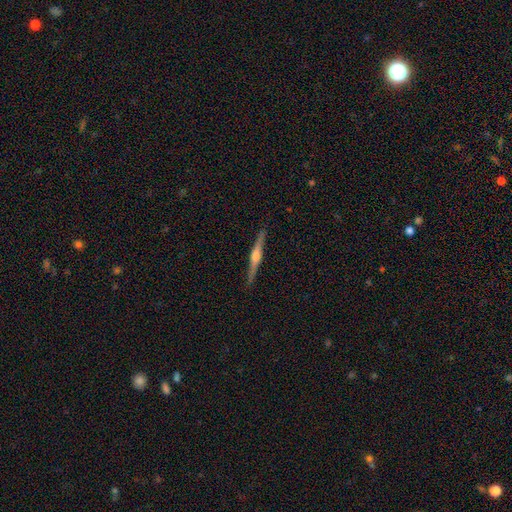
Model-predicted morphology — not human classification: type=featured or disk (80%); edge-on=yes (98%); edge-on bulge=rounded (78%); merging=none (91%).